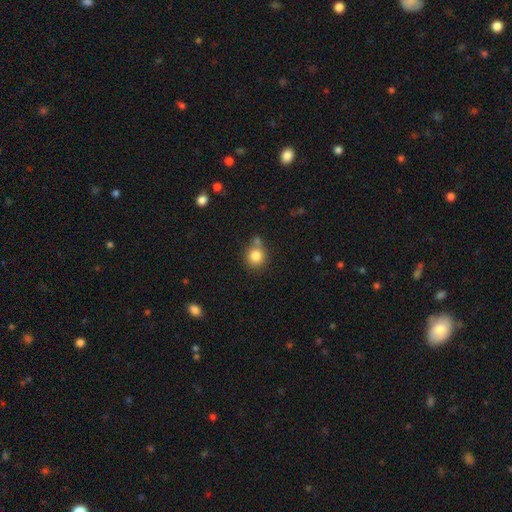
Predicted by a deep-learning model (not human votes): A smooth galaxy with no disk features (83%) that is round (87%). Merging: none (63%).